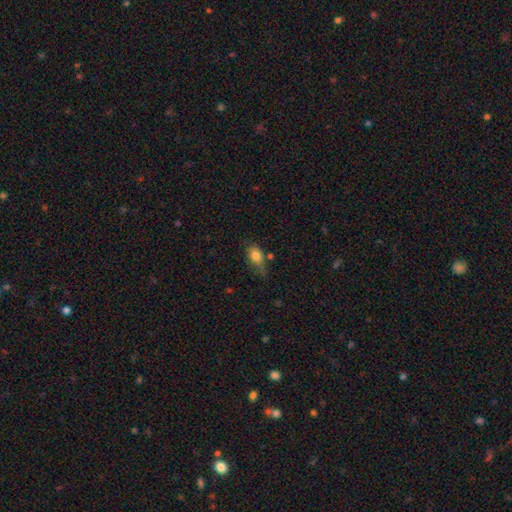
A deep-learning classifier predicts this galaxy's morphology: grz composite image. It shows a smooth galaxy with no disk features (80%) that is in between round and cigar-shaped (79%). Merging: none (43%).